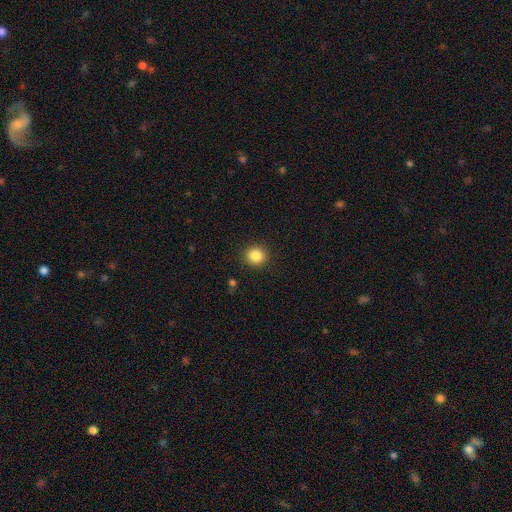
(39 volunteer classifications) A smooth galaxy with no disk features (90%) that is round (89%). Merging: none (94%).